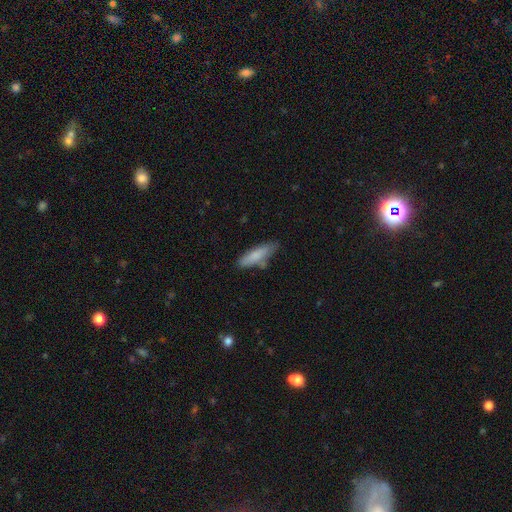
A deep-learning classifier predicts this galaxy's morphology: smooth-or-featured: smooth: 79% | featured or disk: 15% | star or artifact: 6%
  how-rounded: cigar-shaped: 66% | in between: 33% | round: 2%
  merging: none: 66% | minor disturbance: 22% | merger: 7% | major disturbance: 5%